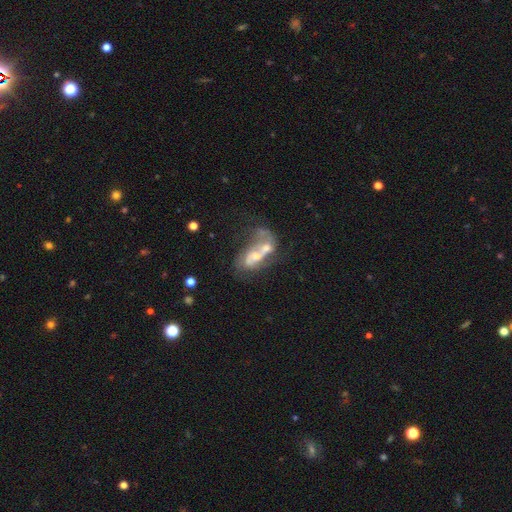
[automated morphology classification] smooth-or-featured: featured or disk: 63% | smooth: 28% | star or artifact: 9%
  disk-edge-on: no: 94% | yes: 6%
    bar: no: 67% | weak: 25% | strong: 9%
    has-spiral-arms: yes: 53% | no: 47%
    bulge-size: moderate: 50% | small: 33% | none: 9% | large: 7% | dominant: 2%
  merging: merger: 63% | none: 15% | major disturbance: 13% | minor disturbance: 8%